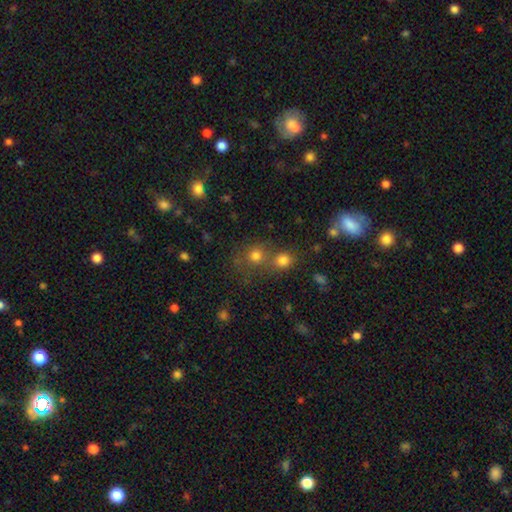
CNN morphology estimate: smooth 75%, star or artifact 16%, featured or disk 9%. Down the decision tree: how rounded — round (86%); merging — none (50%).